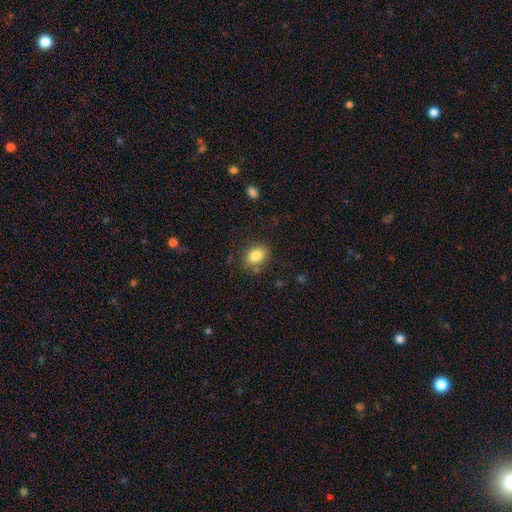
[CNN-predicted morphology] Smooth or featured?
  - smooth: 83% *
  - star or artifact: 9%
  - featured or disk: 8%
How rounded?
  - in between: 58% *
  - round: 40%
  - cigar-shaped: 1%
Merging?
  - none: 80% *
  - minor disturbance: 14%
  - major disturbance: 4%
  - merger: 3%